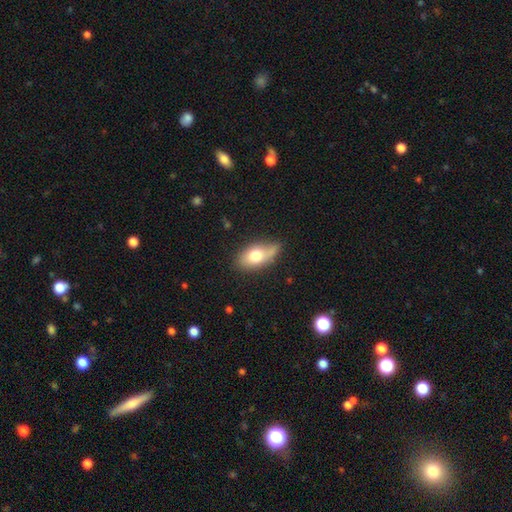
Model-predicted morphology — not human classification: Smooth or featured: smooth — 72% (featured or disk — 21%)
How rounded: in between — 87% (round — 7%)
Merging: none — 56% (minor disturbance — 29%)